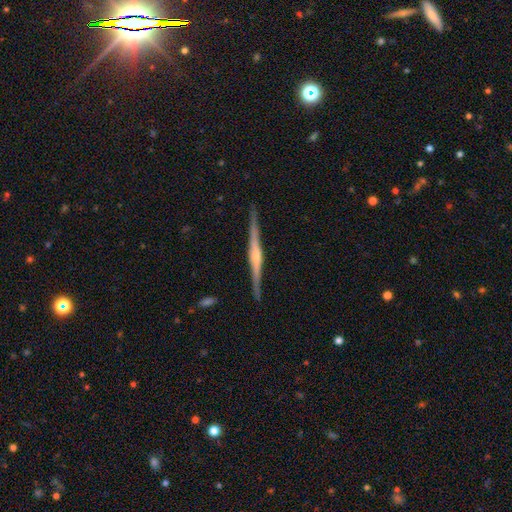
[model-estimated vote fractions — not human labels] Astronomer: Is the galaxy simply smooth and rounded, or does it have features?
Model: featured or disk — 83%.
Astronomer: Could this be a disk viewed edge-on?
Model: yes — 98%.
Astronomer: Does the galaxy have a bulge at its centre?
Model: rounded — 72%.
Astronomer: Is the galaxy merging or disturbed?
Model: none — 90%.